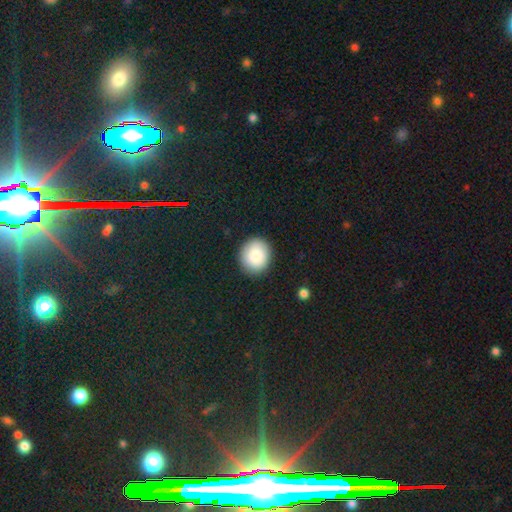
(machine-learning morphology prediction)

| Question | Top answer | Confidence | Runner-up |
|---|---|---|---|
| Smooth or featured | smooth | 85% | star or artifact (8%) |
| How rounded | round | 78% | in between (21%) |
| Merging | none | 89% | minor disturbance (8%) |